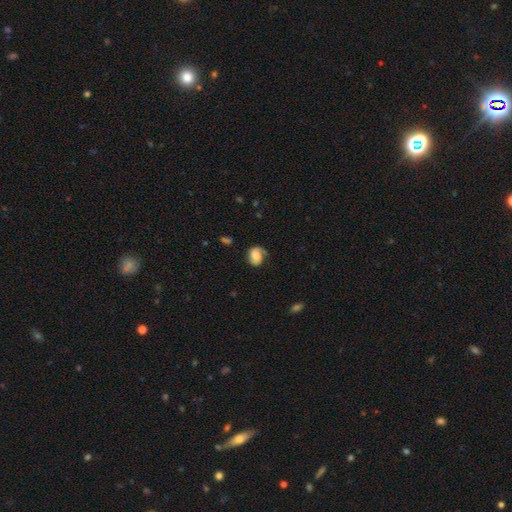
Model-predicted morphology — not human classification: Overall: smooth (55%; featured or disk 36%). How rounded: in between (57%; round 42%). Merging: none (55%; minor disturbance 28%).